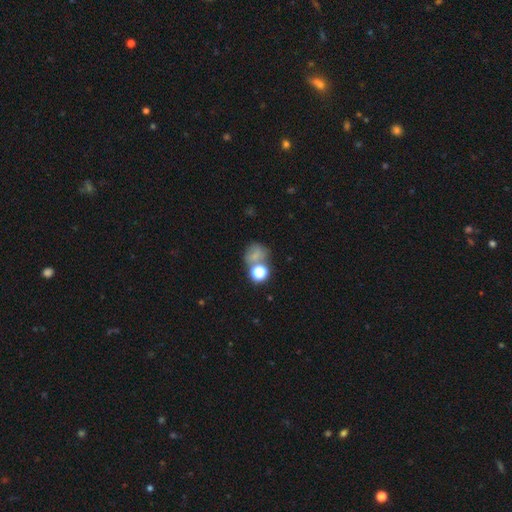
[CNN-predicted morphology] Smooth or featured?
  - smooth: 63% *
  - star or artifact: 24%
  - featured or disk: 13%
How rounded?
  - round: 71% *
  - in between: 28%
  - cigar-shaped: 1%
Merging?
  - none: 47% *
  - merger: 27%
  - minor disturbance: 15%
  - major disturbance: 11%